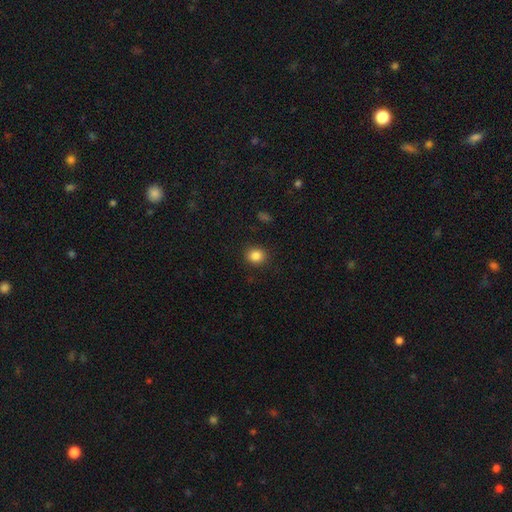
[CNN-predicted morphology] This is clearly a smooth galaxy (86%). How rounded: likely round (72%). Merging: clearly none (89%).